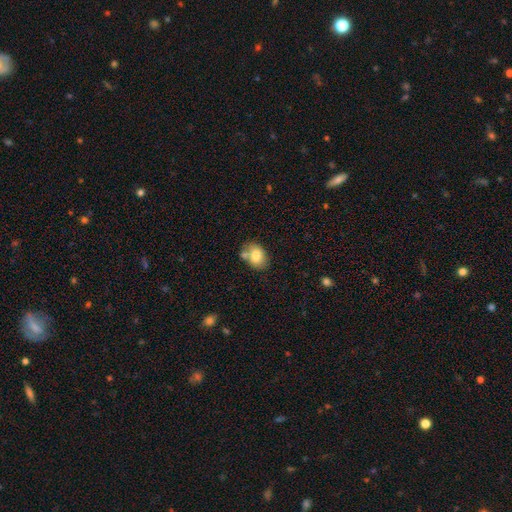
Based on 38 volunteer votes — Morphology: type=smooth (82%); roundness=in between (84%); merging=none (54%).